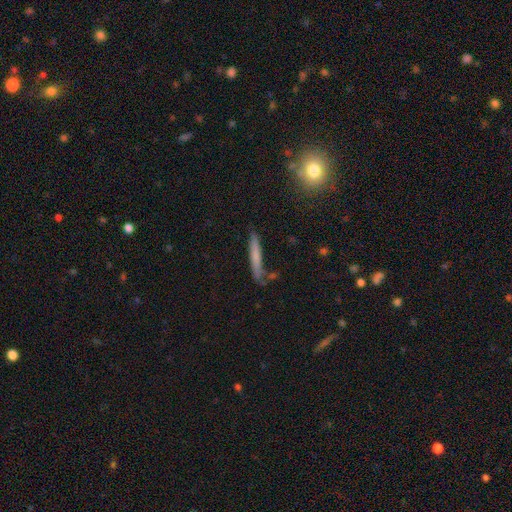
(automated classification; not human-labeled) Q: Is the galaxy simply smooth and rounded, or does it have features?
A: smooth — 62%.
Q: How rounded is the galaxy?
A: cigar-shaped — 94%.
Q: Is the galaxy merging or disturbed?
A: none — 76%.